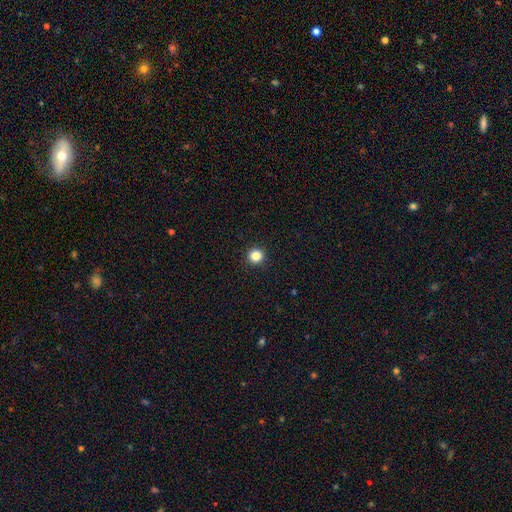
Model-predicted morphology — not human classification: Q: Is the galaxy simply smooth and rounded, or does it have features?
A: smooth — 85%.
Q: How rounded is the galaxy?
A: round — 94%.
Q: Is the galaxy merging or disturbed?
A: none — 94%.